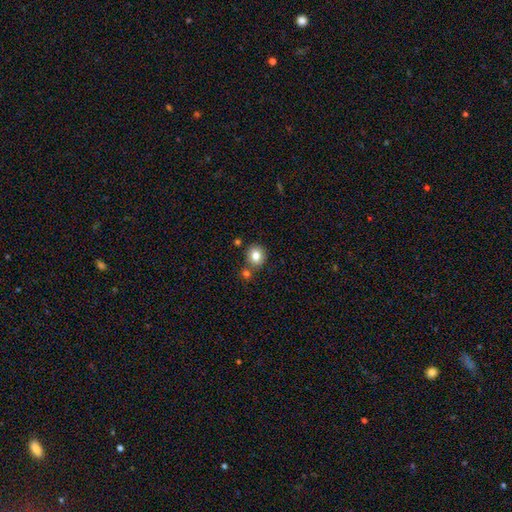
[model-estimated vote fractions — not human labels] This appears to be a smooth galaxy with no disk features (82%) that is round (80%). Merging: none (73%).